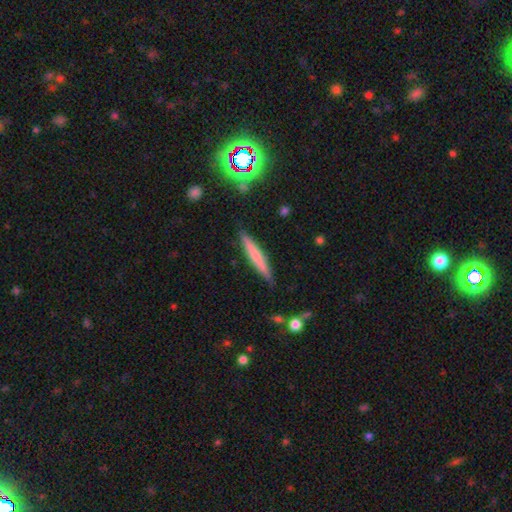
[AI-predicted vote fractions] A smooth galaxy with no disk features (58%) that is cigar-shaped (94%).

Vote fractions:
- Smooth or featured? smooth: 58% / featured or disk: 33% / star or artifact: 9%
- How rounded? cigar-shaped: 94% / in between: 5% / round: 2%
- Merging? none: 88% / minor disturbance: 9% / major disturbance: 2% / merger: 2%